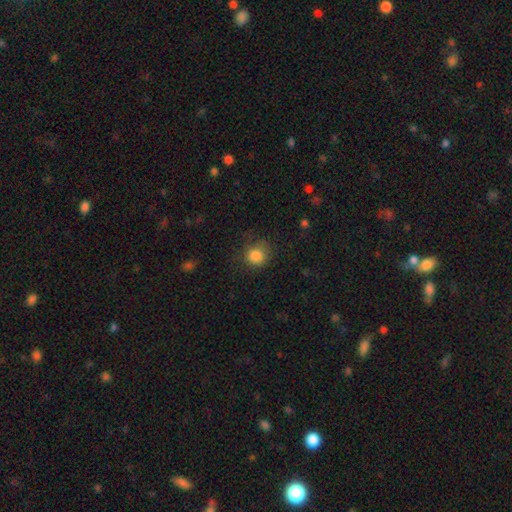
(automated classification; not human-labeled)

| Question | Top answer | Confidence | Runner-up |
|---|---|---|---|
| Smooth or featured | smooth | 85% | star or artifact (10%) |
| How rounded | round | 87% | in between (12%) |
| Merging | none | 70% | minor disturbance (20%) |